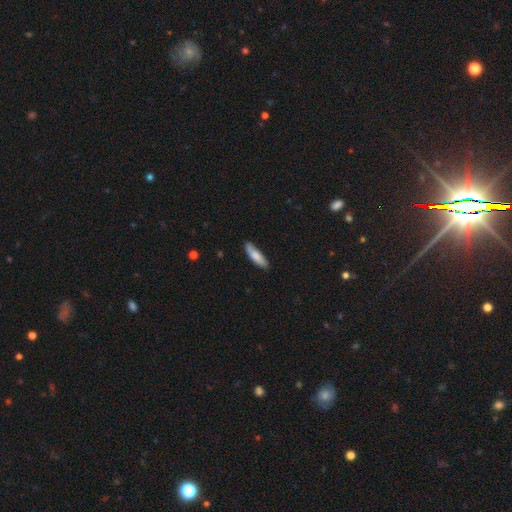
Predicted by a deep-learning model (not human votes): A smooth galaxy with no disk features (76%) that is cigar-shaped (59%). Merging: none (77%).